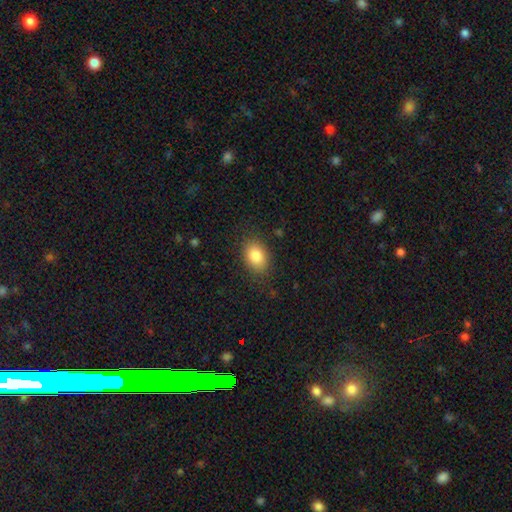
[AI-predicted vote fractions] smooth 84%, star or artifact 8%, featured or disk 8%. Down the decision tree: how rounded — in between (79%); merging — none (84%).